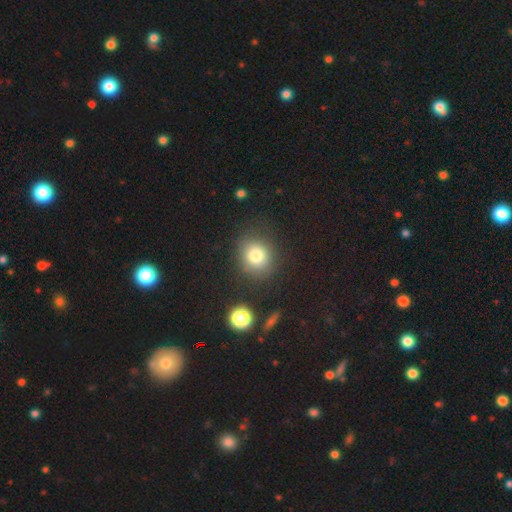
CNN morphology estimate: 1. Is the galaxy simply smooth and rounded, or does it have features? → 79% smooth, 12% star or artifact, 8% featured or disk.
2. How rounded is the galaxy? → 79% round, 20% in between, 1% cigar-shaped.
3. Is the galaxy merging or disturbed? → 82% none, 11% minor disturbance, 5% major disturbance, 3% merger.